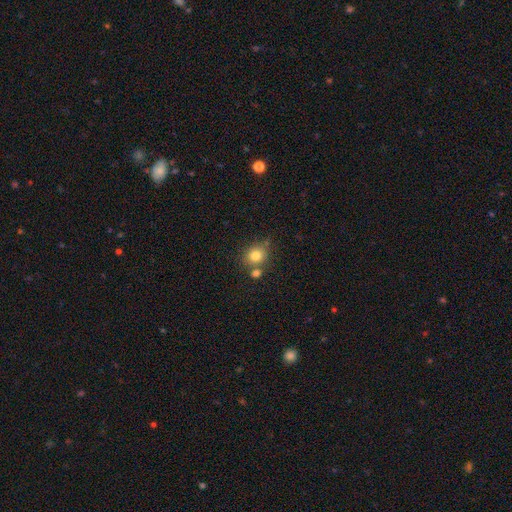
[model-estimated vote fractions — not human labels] smooth-or-featured: smooth: 79% | star or artifact: 12% | featured or disk: 10%
  how-rounded: round: 76% | in between: 23% | cigar-shaped: 1%
  merging: none: 62% | merger: 22% | minor disturbance: 13% | major disturbance: 4%